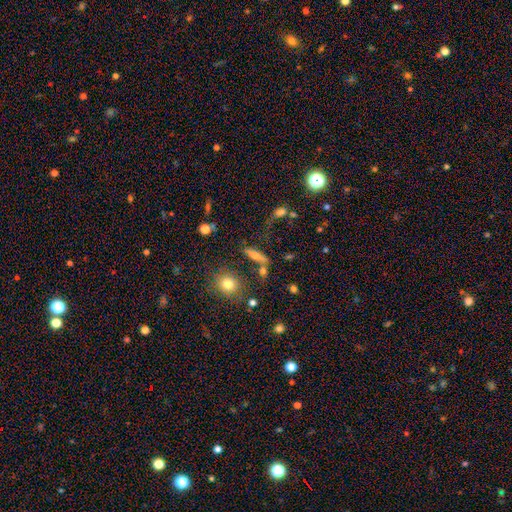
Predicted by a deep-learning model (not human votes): Morphology: type=smooth (52%); roundness=cigar-shaped (61%); merging=none (65%).